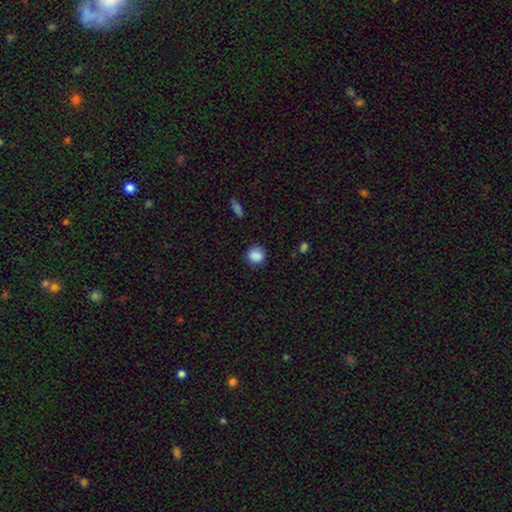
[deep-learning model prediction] Smooth or featured? smooth (88%)
How rounded? round (85%)
Merging? none (86%)